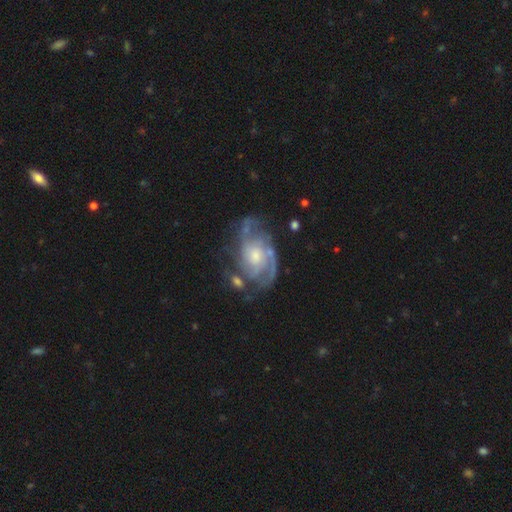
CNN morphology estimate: featured or disk 85%, smooth 10%, star or artifact 5%. Down the decision tree: edge-on disk — no (97%); bar — no (67%); spiral arms — yes (94%); spiral arm count — 2 (38%); spiral winding — tight (44%); bulge size — moderate (50%); merging — none (57%).